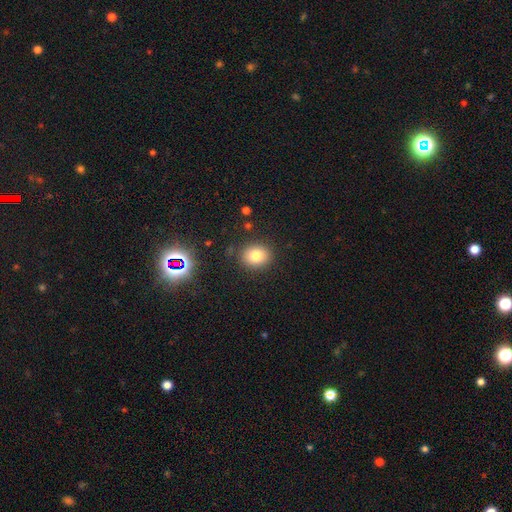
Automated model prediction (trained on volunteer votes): Smooth or featured? smooth (79%)
How rounded? round (66%)
Merging? none (87%)